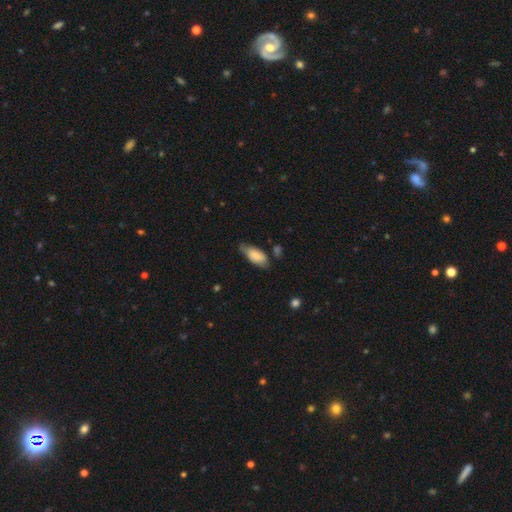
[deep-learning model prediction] The model was most divided on "merging": none: 62%, minor disturbance: 28%, major disturbance: 7%, merger: 3%. More confident: how rounded — in between (86%); smooth or featured — smooth (82%).